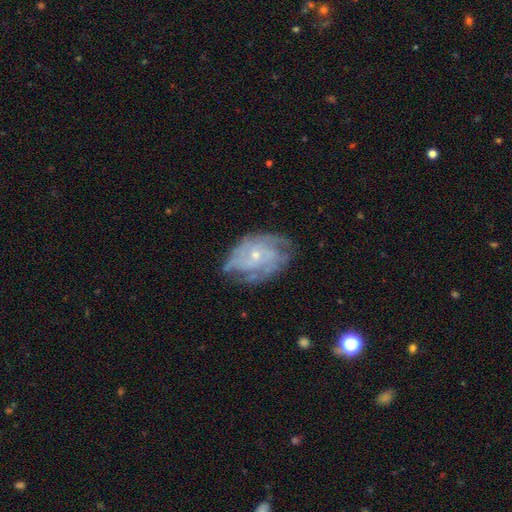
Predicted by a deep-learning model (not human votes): Q: Smooth or featured?
A: featured or disk (77%); runner-up: smooth (16%)
Q: Edge-on disk?
A: no (96%); runner-up: yes (4%)
Q: Bar?
A: no (76%); runner-up: weak (21%)
Q: Spiral arms?
A: yes (84%); runner-up: no (16%)
Q: Spiral winding?
A: tight (54%); runner-up: medium (34%)
Q: Spiral arm count?
A: can't tell (46%); runner-up: 2 (19%)
Q: Bulge size?
A: small (71%); runner-up: moderate (25%)
Q: Merging?
A: none (60%); runner-up: minor disturbance (26%)